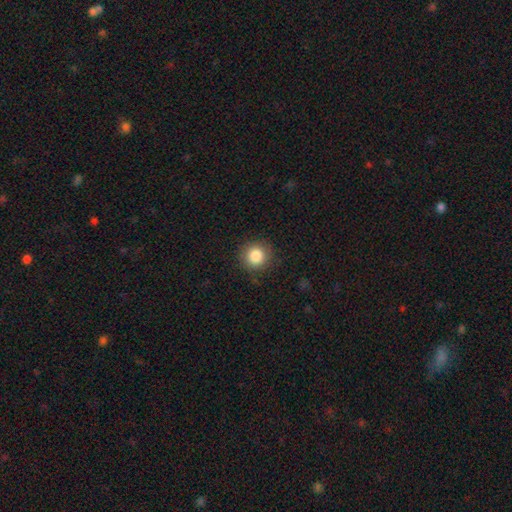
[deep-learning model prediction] Overall: smooth (85%). How rounded: round (92%). Merging: none (88%).